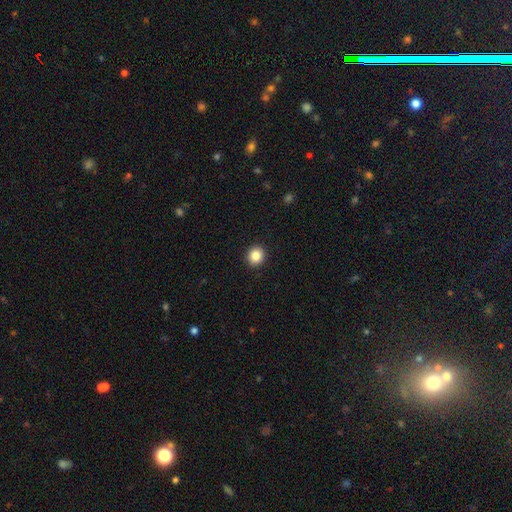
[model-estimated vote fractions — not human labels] Smooth or featured? smooth (86%)
How rounded? round (82%)
Merging? none (92%)